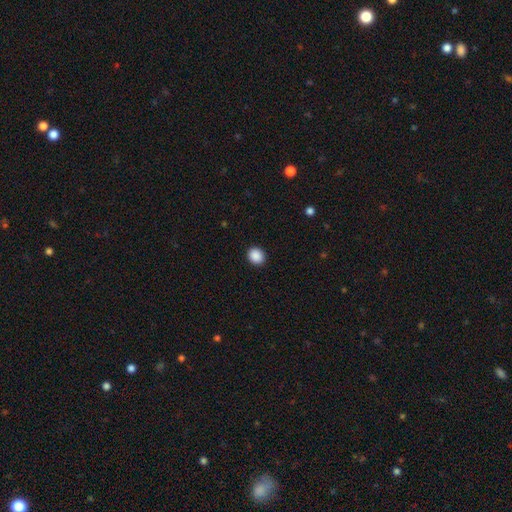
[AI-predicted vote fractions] Smooth or featured: smooth — 89% (star or artifact — 8%)
How rounded: round — 69% (in between — 30%)
Merging: none — 91% (minor disturbance — 6%)